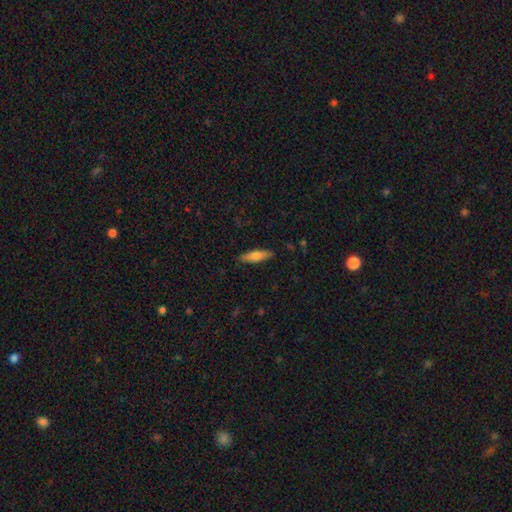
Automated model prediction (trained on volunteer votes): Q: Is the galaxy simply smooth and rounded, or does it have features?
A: smooth — 74%.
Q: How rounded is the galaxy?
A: cigar-shaped — 61%.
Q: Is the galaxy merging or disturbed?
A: none — 87%.